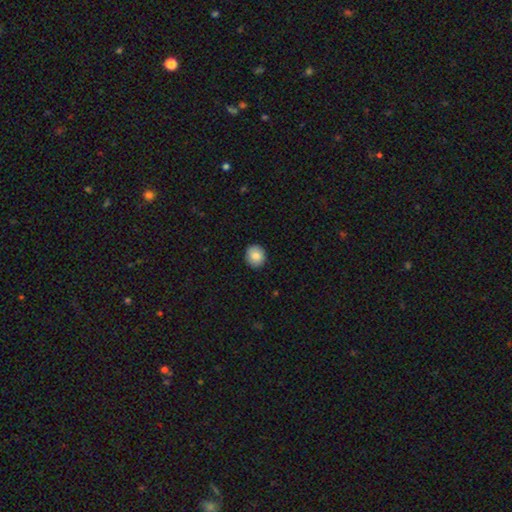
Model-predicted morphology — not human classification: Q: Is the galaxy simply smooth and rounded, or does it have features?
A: smooth — 85%.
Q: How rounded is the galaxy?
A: round — 81%.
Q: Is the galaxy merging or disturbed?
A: none — 90%.